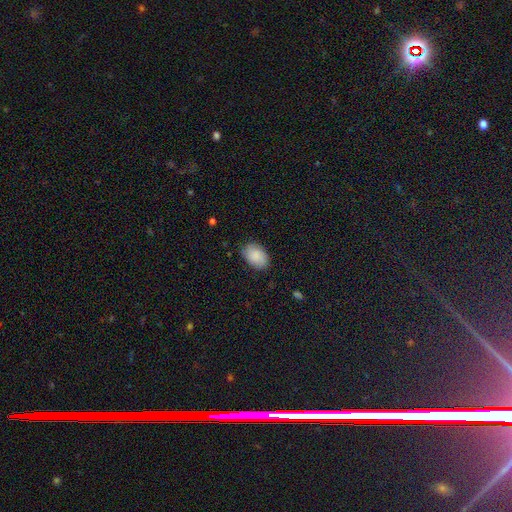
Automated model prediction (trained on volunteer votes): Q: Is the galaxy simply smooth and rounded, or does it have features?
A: smooth — 89%.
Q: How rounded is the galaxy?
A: in between — 88%.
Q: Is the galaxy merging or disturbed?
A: none — 82%.